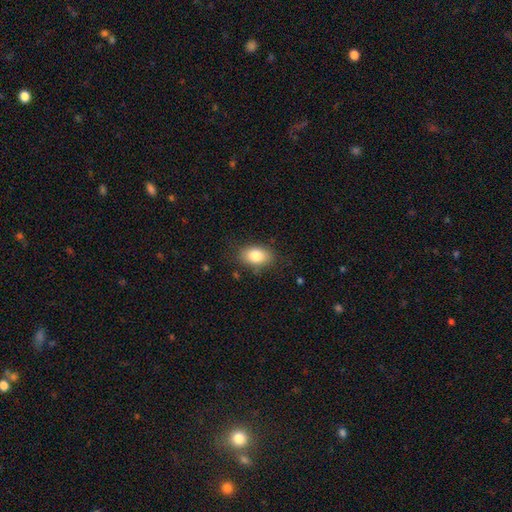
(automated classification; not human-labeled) A smooth galaxy with no disk features (82%) that is in between round and cigar-shaped (86%).

Vote fractions:
- Smooth or featured? smooth: 82% / featured or disk: 10% / star or artifact: 8%
- How rounded? in between: 86% / round: 12% / cigar-shaped: 2%
- Merging? none: 81% / minor disturbance: 14% / major disturbance: 4% / merger: 1%